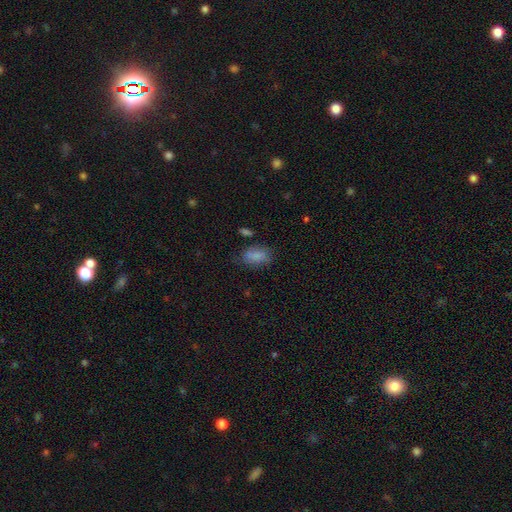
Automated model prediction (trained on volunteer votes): Smooth or featured? Predicted: smooth (p=0.81). How rounded? Predicted: in between (p=0.90). Merging? Predicted: none (p=0.67).